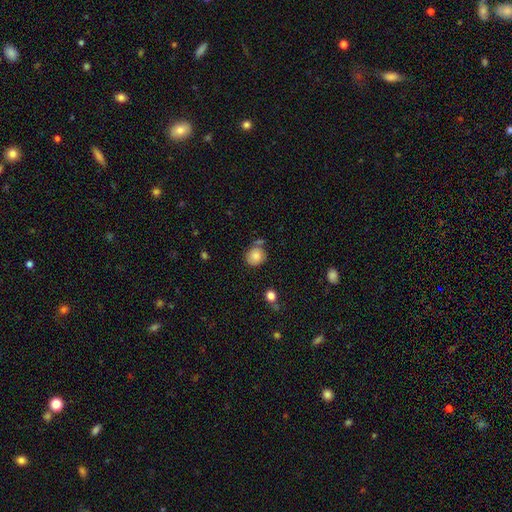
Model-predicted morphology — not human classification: type=smooth (82%); roundness=round (81%); merging=none (66%).